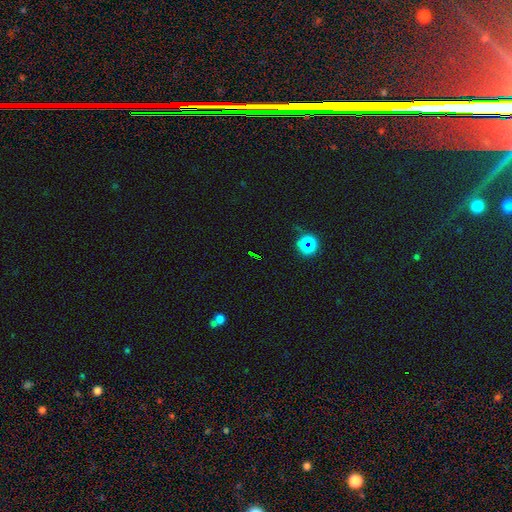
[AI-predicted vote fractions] This appears to be a star or artifact, not a galaxy (73%).